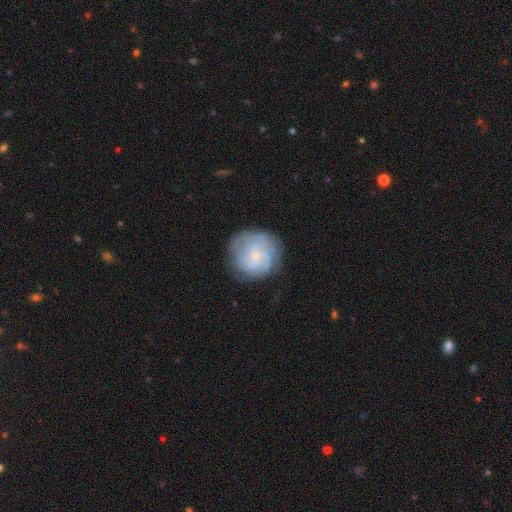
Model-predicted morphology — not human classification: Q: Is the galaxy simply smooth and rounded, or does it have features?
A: featured or disk — 70%.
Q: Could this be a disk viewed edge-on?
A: no — 98%.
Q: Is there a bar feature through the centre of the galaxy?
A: no — 70%.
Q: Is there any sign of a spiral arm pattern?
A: yes — 93%.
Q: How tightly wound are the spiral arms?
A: tight — 59%.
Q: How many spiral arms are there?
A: can't tell — 34%.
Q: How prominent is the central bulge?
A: small — 76%.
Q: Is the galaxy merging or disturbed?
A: none — 76%.